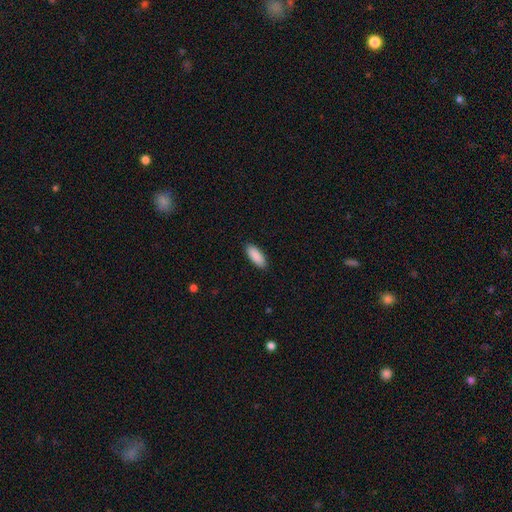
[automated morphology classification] smooth_or_featured: smooth (p=0.90) [alt: star or artifact p=0.06]
how_rounded: in between (p=0.75) [alt: cigar-shaped p=0.23]
merging: none (p=0.89) [alt: minor disturbance p=0.08]